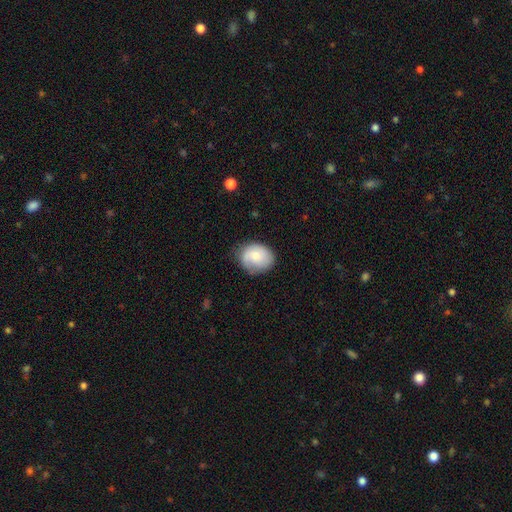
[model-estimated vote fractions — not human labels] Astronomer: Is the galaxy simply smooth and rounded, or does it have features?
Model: smooth — 61%.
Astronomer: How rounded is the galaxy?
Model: round — 53% (runner-up: in between, 46%).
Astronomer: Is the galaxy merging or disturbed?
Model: none — 65%.